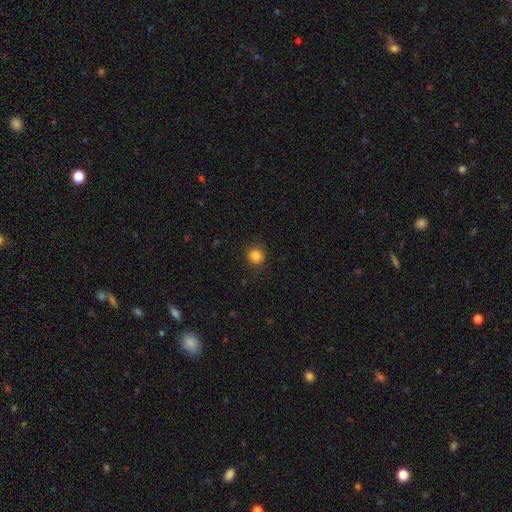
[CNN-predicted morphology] This is clearly a smooth galaxy (84%). How rounded: clearly round (92%). Merging: clearly none (90%).